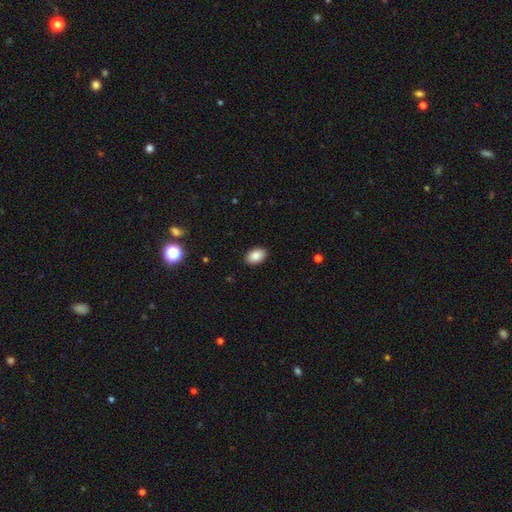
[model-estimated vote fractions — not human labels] Smooth or featured?
  - smooth: 86% *
  - star or artifact: 8%
  - featured or disk: 6%
How rounded?
  - in between: 90% *
  - round: 9%
  - cigar-shaped: 1%
Merging?
  - none: 90% *
  - minor disturbance: 7%
  - major disturbance: 2%
  - merger: 1%